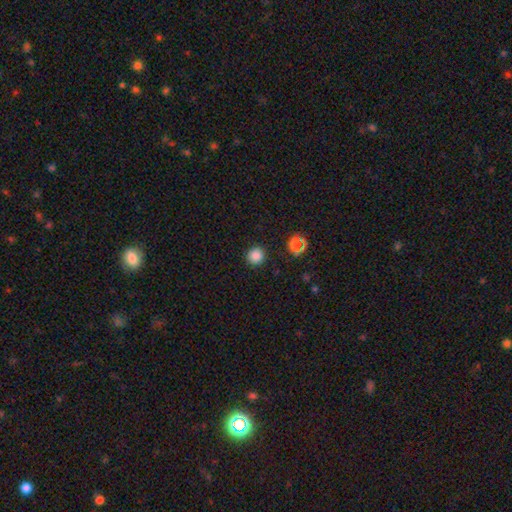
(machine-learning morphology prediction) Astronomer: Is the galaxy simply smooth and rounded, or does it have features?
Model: smooth — 84%.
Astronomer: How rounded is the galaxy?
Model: round — 94%.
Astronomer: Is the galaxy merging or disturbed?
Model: none — 91%.